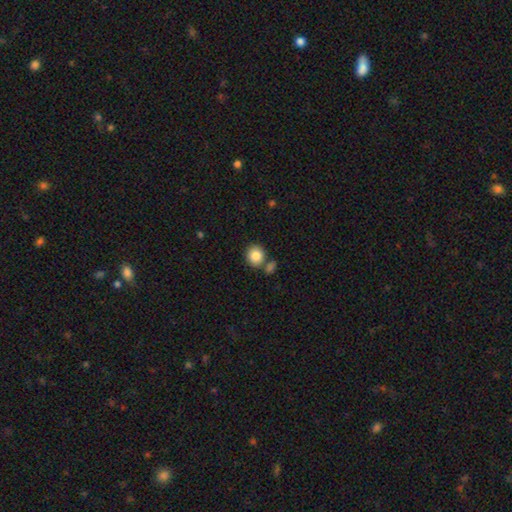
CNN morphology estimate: Smooth or featured? smooth (85%)
How rounded? round (83%)
Merging? none (68%)